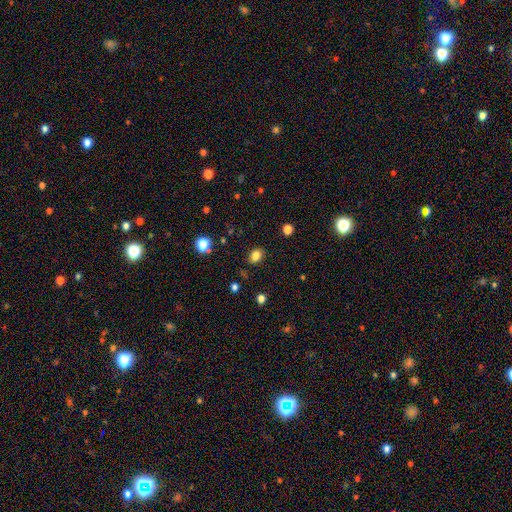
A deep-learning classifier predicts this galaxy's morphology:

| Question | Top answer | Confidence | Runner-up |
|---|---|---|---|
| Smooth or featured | smooth | 83% | star or artifact (12%) |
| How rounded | in between | 57% | round (42%) |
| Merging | none | 86% | minor disturbance (10%) |